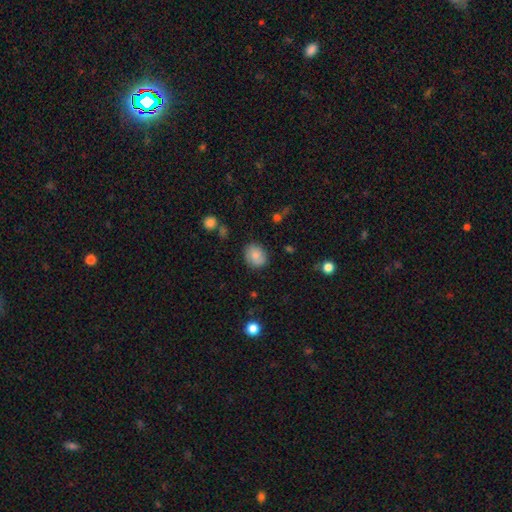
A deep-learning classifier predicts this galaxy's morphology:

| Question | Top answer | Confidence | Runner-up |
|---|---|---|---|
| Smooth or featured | smooth | 79% | featured or disk (12%) |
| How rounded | round | 62% | in between (37%) |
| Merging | none | 82% | minor disturbance (13%) |